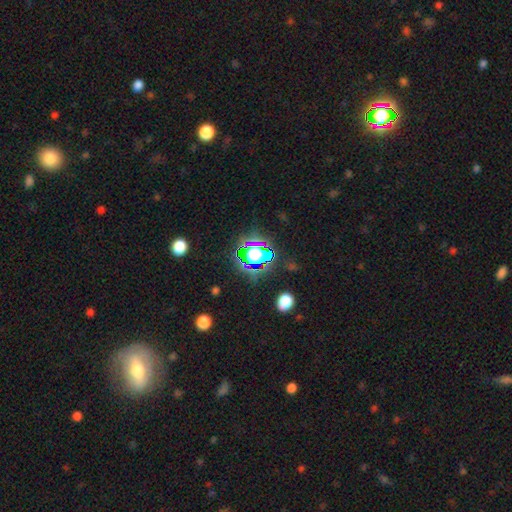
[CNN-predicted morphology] Overall: star or artifact (56%; smooth 29%).